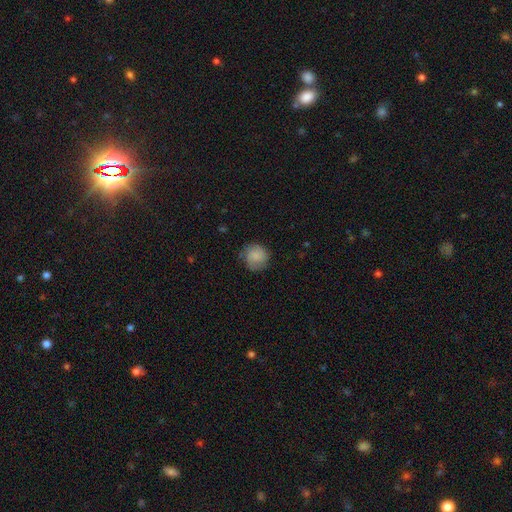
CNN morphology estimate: Overall: smooth (78%). How rounded: round (90%). Merging: none (75%).